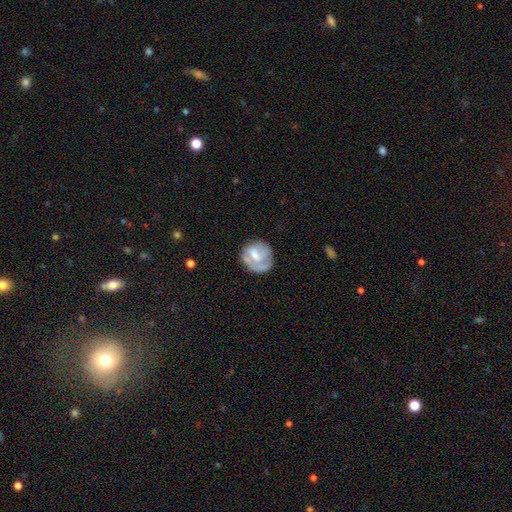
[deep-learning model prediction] smooth_or_featured: featured or disk (p=0.49) [alt: smooth p=0.44]
merging: none (p=0.60) [alt: minor disturbance p=0.22]